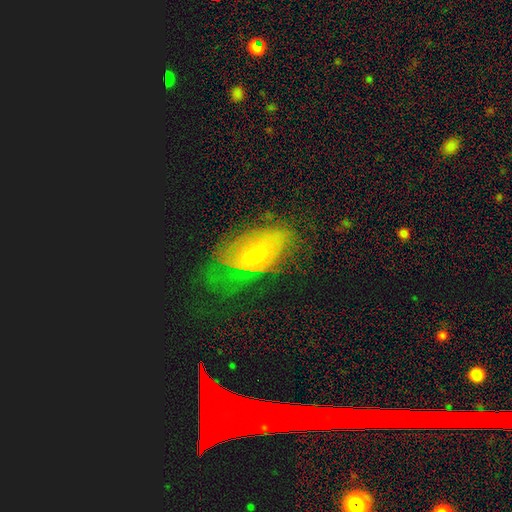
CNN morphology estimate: featured or disk 42%, smooth 40%, star or artifact 18%. Down the decision tree: merging — none (50%).